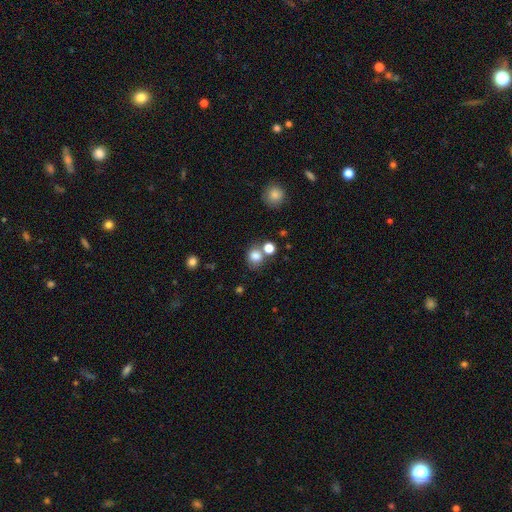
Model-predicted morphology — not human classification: The model was most divided on "merging": none: 63%, merger: 22%, minor disturbance: 11%, major disturbance: 4%. More confident: smooth or featured — smooth (81%); how rounded — round (79%).